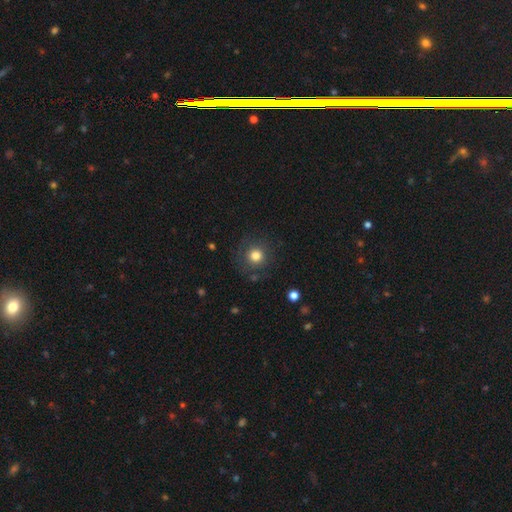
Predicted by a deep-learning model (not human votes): Smooth or featured: smooth — 81% (star or artifact — 11%)
How rounded: round — 94% (in between — 5%)
Merging: none — 84% (minor disturbance — 10%)